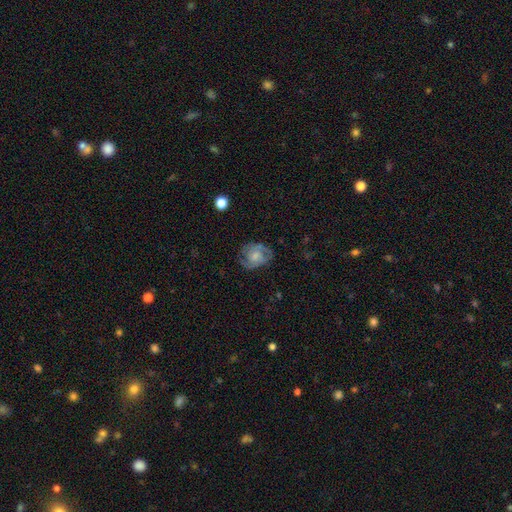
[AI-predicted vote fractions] This is likely a featured or disk galaxy (61%). It is clearly not viewed edge-on (97%). Bar: likely no (65%). Spiral arm pattern: clearly yes (85%). Spiral arm count: possibly 2 (55%). Spiral winding: marginally medium (45%). Central bulge: marginally moderate (41%). Merging: likely none (65%).